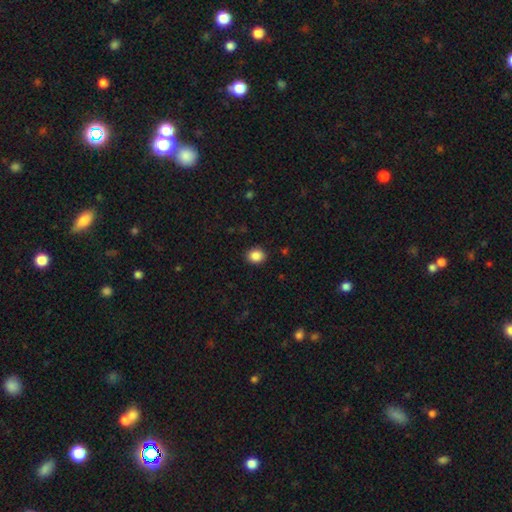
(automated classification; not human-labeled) Q: Smooth or featured?
A: smooth (87%); runner-up: star or artifact (9%)
Q: How rounded?
A: round (65%); runner-up: in between (34%)
Q: Merging?
A: none (90%); runner-up: minor disturbance (7%)